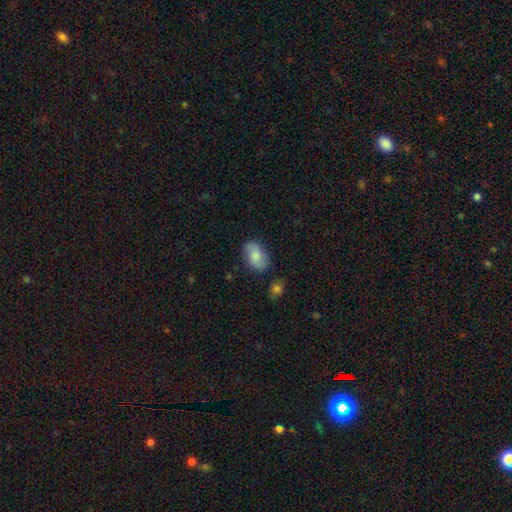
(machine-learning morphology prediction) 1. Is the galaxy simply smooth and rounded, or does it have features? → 74% smooth, 20% featured or disk, 7% star or artifact.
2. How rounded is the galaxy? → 88% in between, 10% round, 1% cigar-shaped.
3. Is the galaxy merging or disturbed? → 76% none, 17% minor disturbance, 4% major disturbance, 3% merger.